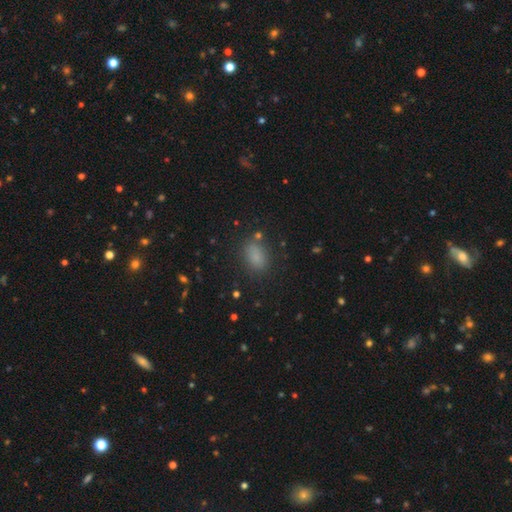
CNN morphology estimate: type=smooth (82%); roundness=in between (84%); merging=none (80%).